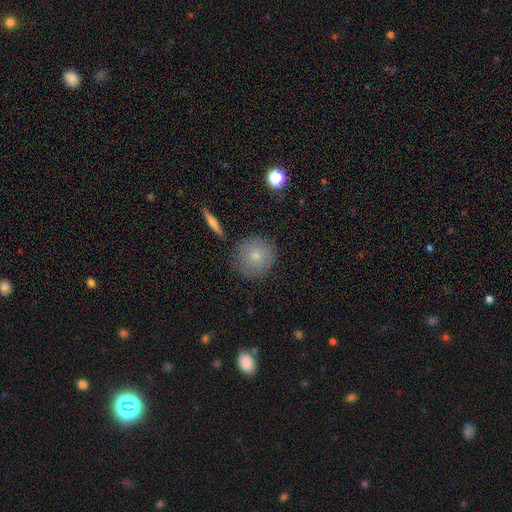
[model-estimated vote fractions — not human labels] A smooth galaxy with no disk features (79%) that is round (94%). Merging: none (83%).